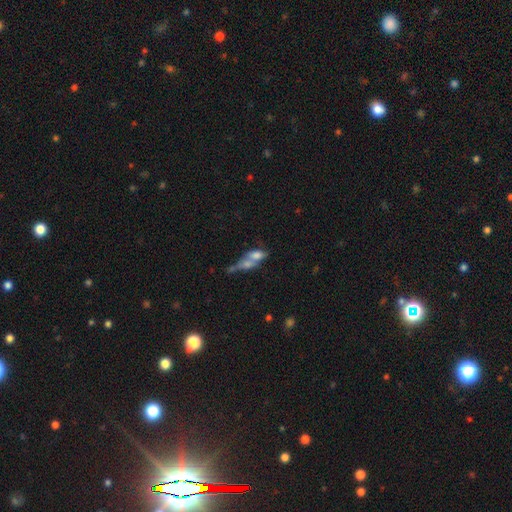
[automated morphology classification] smooth-or-featured: smooth: 55% | featured or disk: 33% | star or artifact: 12%
  how-rounded: in between: 69% | cigar-shaped: 21% | round: 10%
  merging: merger: 63% | none: 18% | major disturbance: 10% | minor disturbance: 9%